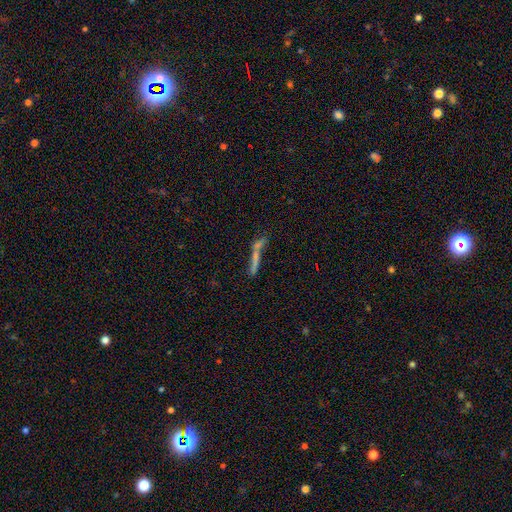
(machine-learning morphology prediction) The model was most divided on "merging": none: 43%, merger: 34%, minor disturbance: 13%, major disturbance: 10%. Remaining: smooth or featured — smooth (47%).